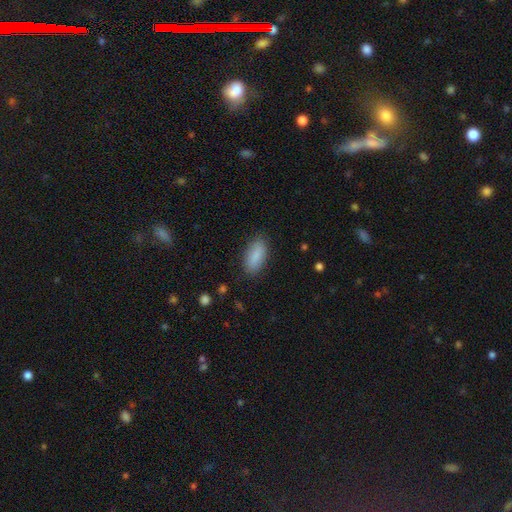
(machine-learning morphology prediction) smooth 87%, star or artifact 7%, featured or disk 6%. Down the decision tree: how rounded — in between (81%); merging — none (85%).